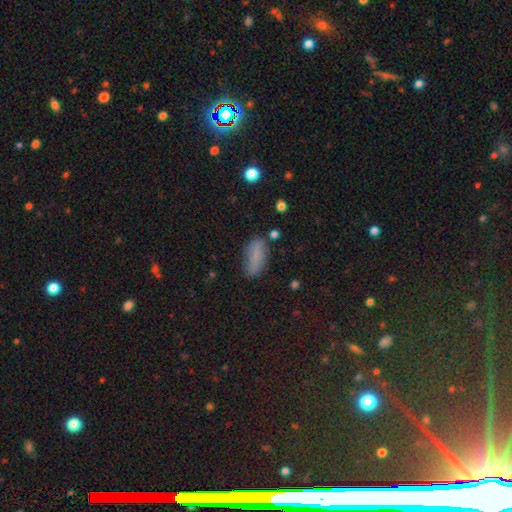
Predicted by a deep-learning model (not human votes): Smooth or featured? smooth (81%)
How rounded? in between (78%)
Merging? none (73%)